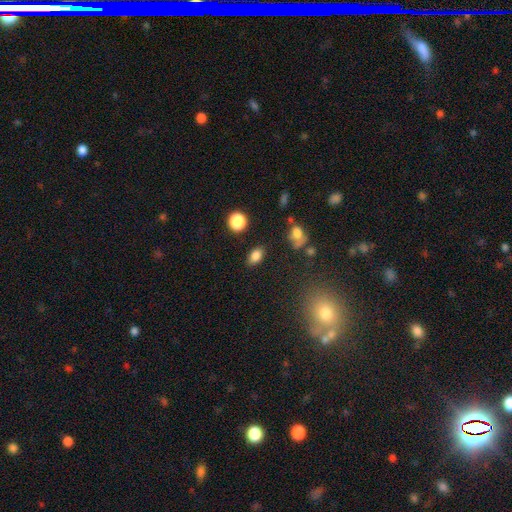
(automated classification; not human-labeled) Smooth or featured? Predicted: smooth (p=0.83). How rounded? Predicted: in between (p=0.85). Merging? Predicted: none (p=0.85).